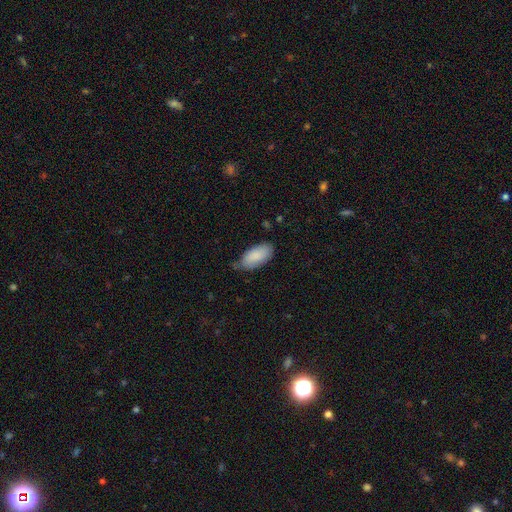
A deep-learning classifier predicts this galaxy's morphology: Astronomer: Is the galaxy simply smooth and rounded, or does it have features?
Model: smooth — 88%.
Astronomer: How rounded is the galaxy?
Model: in between — 93%.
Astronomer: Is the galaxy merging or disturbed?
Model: none — 59%.